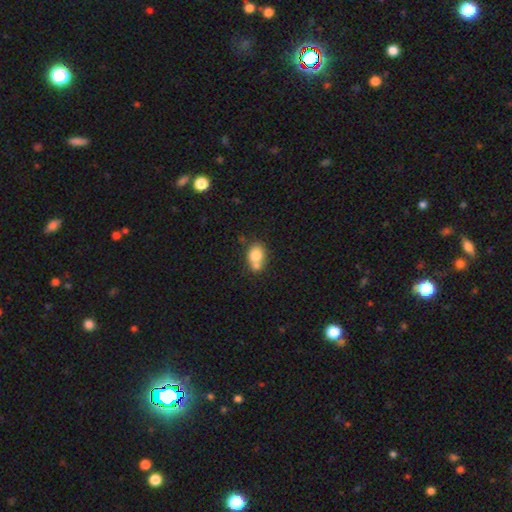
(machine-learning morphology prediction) smooth_or_featured: smooth (p=0.77) [alt: featured or disk p=0.14]
how_rounded: in between (p=0.51) [alt: round p=0.48]
merging: merger (p=0.47) [alt: none p=0.36]